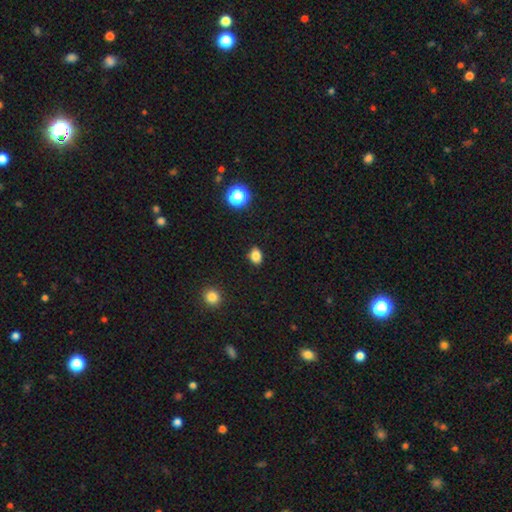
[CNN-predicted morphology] smooth_or_featured: smooth (p=0.83) [alt: star or artifact p=0.12]
how_rounded: in between (p=0.68) [alt: round p=0.31]
merging: none (p=0.88) [alt: minor disturbance p=0.09]